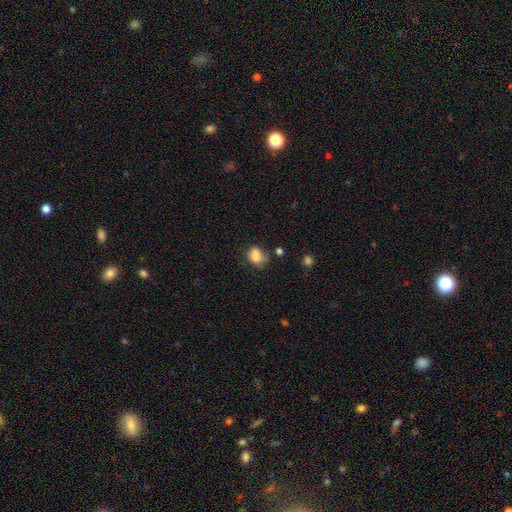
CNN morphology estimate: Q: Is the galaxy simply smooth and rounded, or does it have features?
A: smooth — 79%.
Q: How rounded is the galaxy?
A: in between — 62%.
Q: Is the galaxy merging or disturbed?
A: none — 48%.